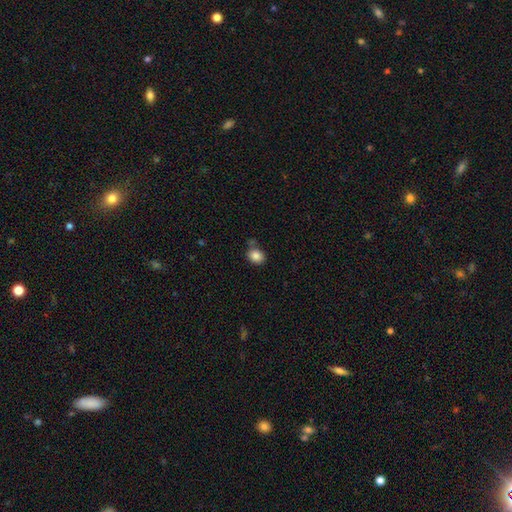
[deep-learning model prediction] Smooth or featured: smooth — 86% (star or artifact — 9%)
How rounded: in between — 50% (round — 49%)
Merging: none — 65% (minor disturbance — 19%)